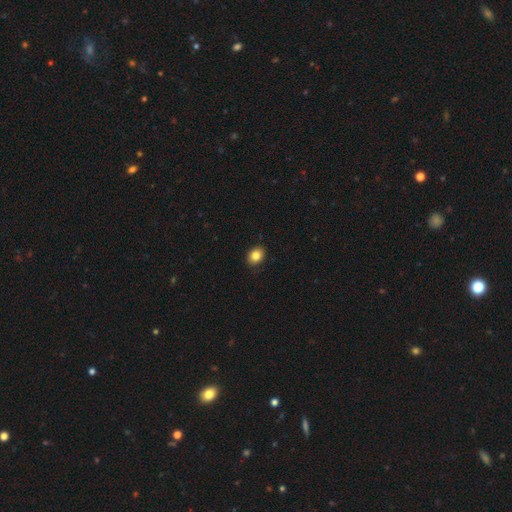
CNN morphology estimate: This appears to be a smooth galaxy with no disk features (83%) that is in between round and cigar-shaped (60%). Merging: none (90%).